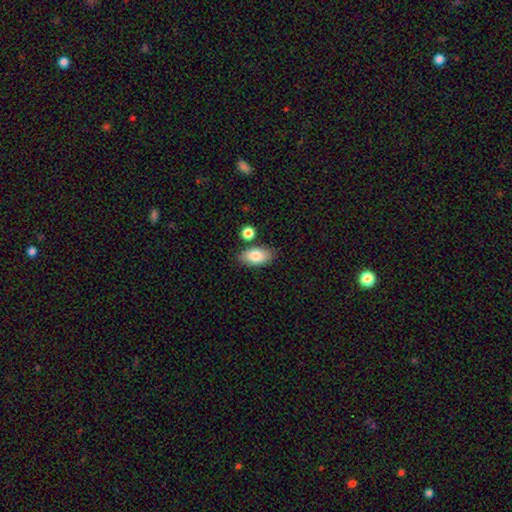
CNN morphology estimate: This is clearly a smooth galaxy (82%). How rounded: clearly in between (92%). Merging: likely none (78%).